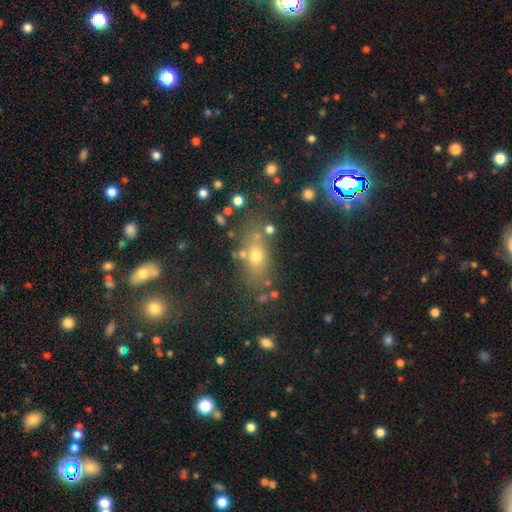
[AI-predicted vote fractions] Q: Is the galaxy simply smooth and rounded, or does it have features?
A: smooth — 59%.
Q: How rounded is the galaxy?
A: in between — 59%.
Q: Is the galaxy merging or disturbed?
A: none — 69%.